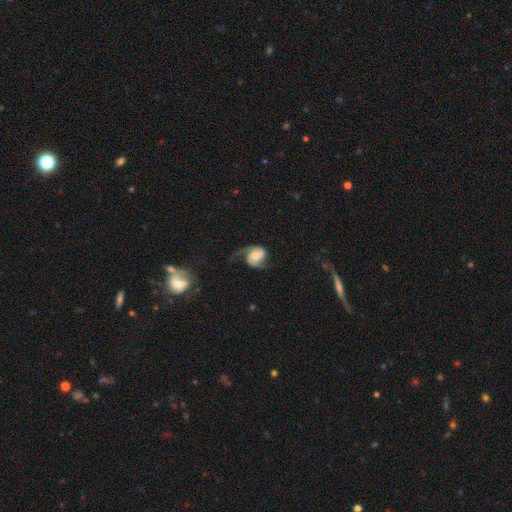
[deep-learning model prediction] This appears to be a featured or disk galaxy (71%) with no bar (65%), 2 (81%) loose (48%) spiral arms (93%) and a moderate central bulge (31%). Merging: none (46%).